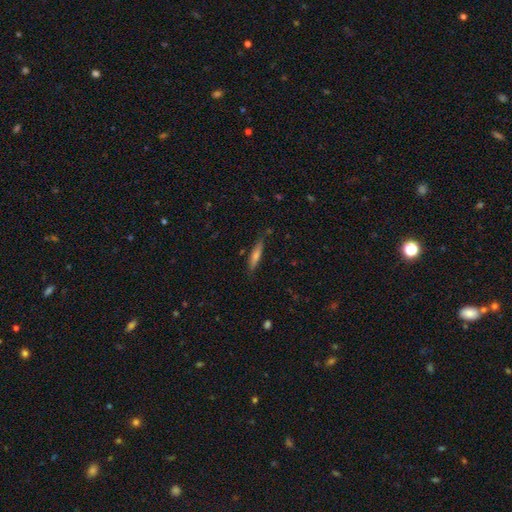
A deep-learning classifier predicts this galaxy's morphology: The model was most divided on "smooth or featured": featured or disk: 48%, smooth: 42%, star or artifact: 10%. More confident: merging — none (84%).